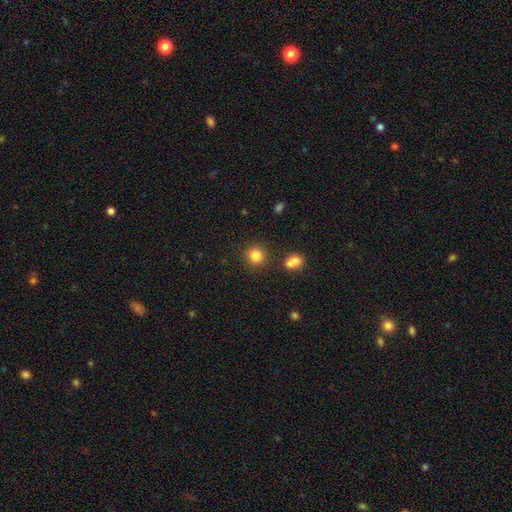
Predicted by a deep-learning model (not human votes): smooth_or_featured: smooth (p=0.83) [alt: star or artifact p=0.11]
how_rounded: round (p=0.89) [alt: in between p=0.10]
merging: none (p=0.85) [alt: minor disturbance p=0.07]